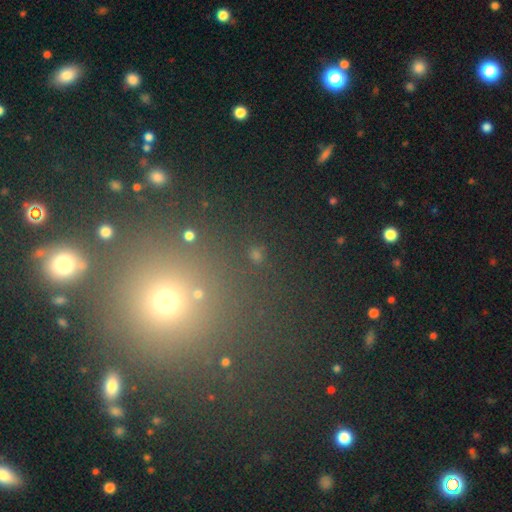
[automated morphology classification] A smooth galaxy with no disk features (54%) that is round (82%).

Vote fractions:
- Smooth or featured? smooth: 54% / star or artifact: 38% / featured or disk: 9%
- How rounded? round: 82% / in between: 16% / cigar-shaped: 2%
- Merging? none: 83% / minor disturbance: 7% / merger: 6% / major disturbance: 4%